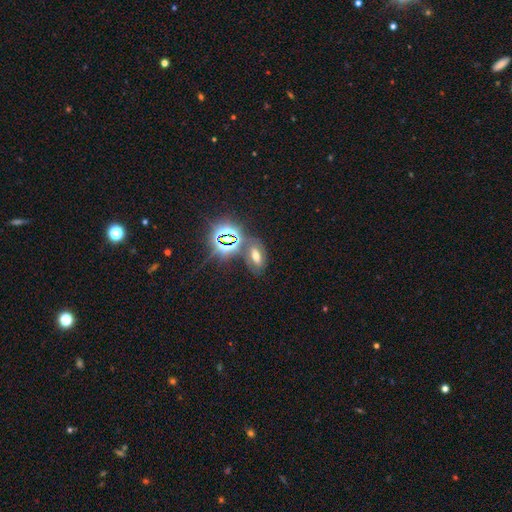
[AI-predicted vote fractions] Overall: star or artifact (44%; smooth 37%).